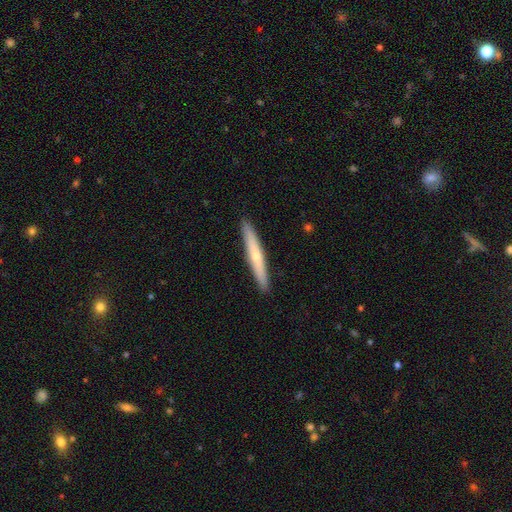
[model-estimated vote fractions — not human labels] Smooth or featured? Predicted: featured or disk (p=0.47, tied with smooth). Merging? Predicted: none (p=0.92).